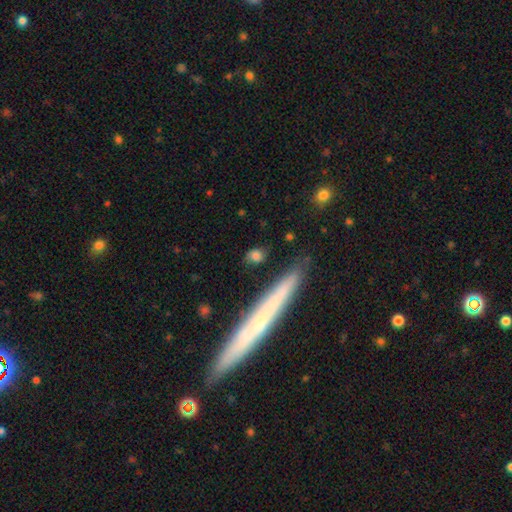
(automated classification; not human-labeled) Smooth or featured? Predicted: smooth (p=0.75). How rounded? Predicted: in between (p=0.45). Merging? Predicted: none (p=0.75).